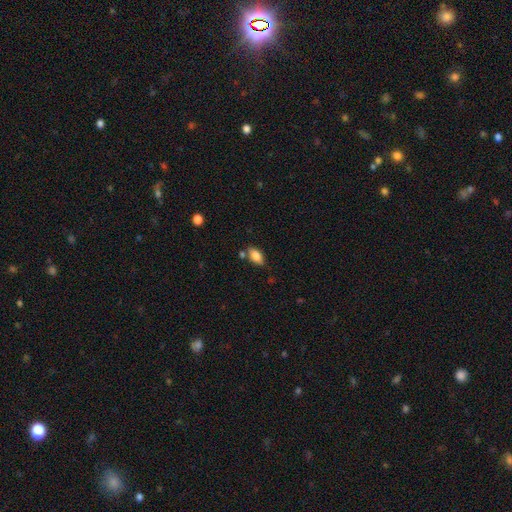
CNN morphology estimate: type=smooth (84%); roundness=in between (91%); merging=none (71%).